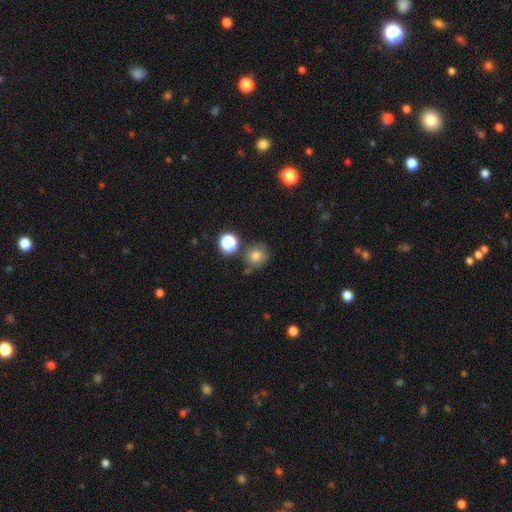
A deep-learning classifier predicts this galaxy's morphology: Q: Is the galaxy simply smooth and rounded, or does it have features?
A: smooth — 68%.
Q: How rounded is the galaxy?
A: round — 79%.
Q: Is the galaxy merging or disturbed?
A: none — 60%.